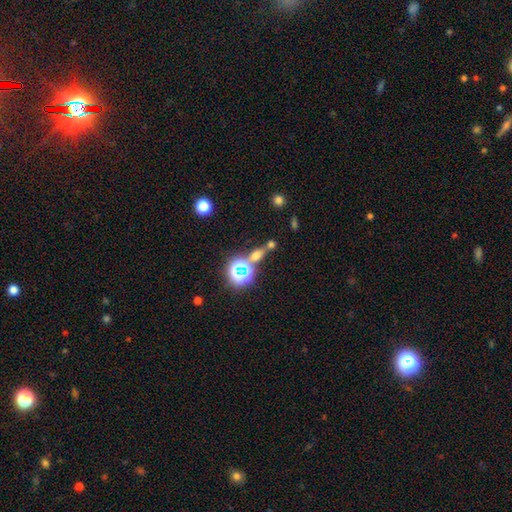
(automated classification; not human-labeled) Overall: smooth (47%; star or artifact 38%). Merging: none (56%; merger 28%).